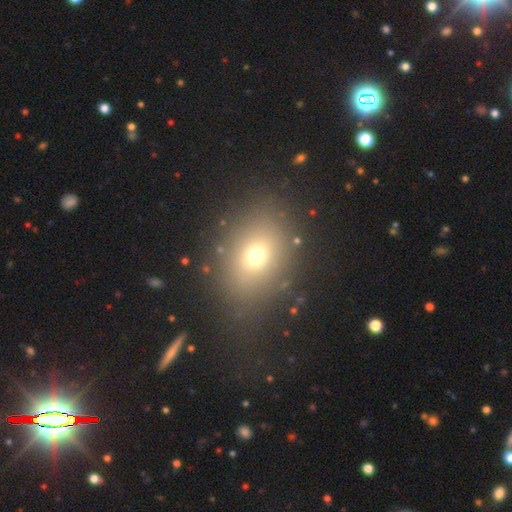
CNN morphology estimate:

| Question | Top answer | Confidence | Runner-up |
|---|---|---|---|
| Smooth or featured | smooth | 68% | star or artifact (18%) |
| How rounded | in between | 56% | round (43%) |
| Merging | none | 80% | minor disturbance (11%) |